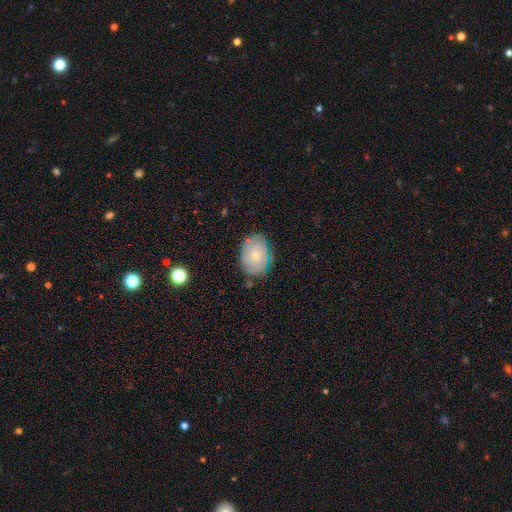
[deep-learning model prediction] Q: Smooth or featured?
A: smooth (52%); runner-up: featured or disk (41%)
Q: How rounded?
A: in between (63%); runner-up: round (36%)
Q: Merging?
A: none (73%); runner-up: minor disturbance (20%)